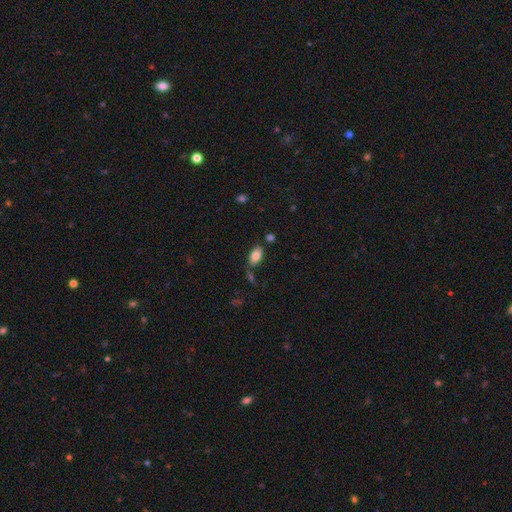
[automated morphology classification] Overall: smooth (82%). How rounded: in between (93%). Merging: none (74%).